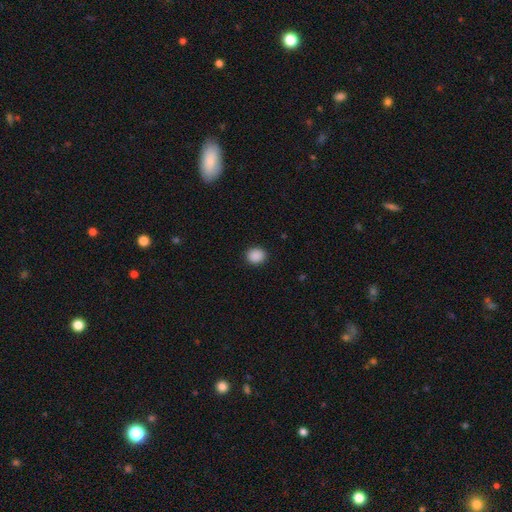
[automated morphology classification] Overall: smooth (89%). How rounded: round (74%). Merging: none (91%).